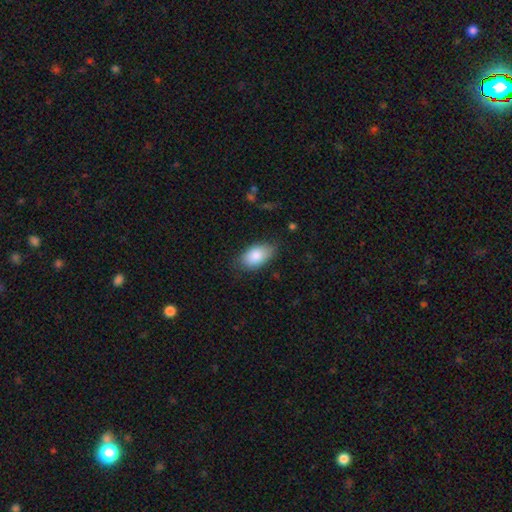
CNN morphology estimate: The model was most divided on "merging": none: 76%, minor disturbance: 19%, major disturbance: 4%, merger: 1%. More confident: how rounded — in between (93%); smooth or featured — smooth (86%).